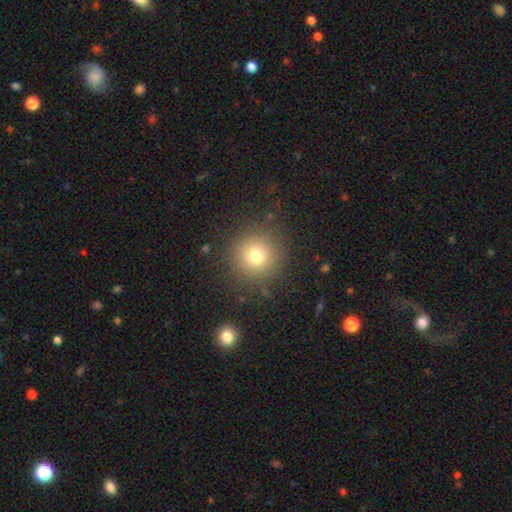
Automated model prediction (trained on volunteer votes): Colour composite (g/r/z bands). It shows a smooth galaxy with no disk features (74%) that is round (95%). Merging: none (88%).